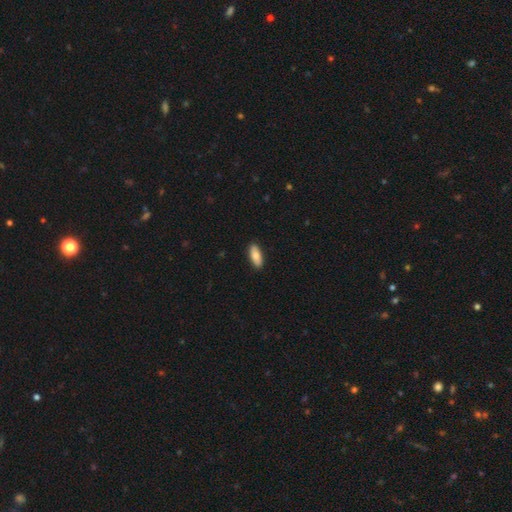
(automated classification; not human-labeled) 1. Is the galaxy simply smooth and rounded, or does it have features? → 80% smooth, 15% featured or disk, 6% star or artifact.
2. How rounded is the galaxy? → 82% in between, 16% cigar-shaped, 2% round.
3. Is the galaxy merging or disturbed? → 89% none, 9% minor disturbance, 2% major disturbance, 1% merger.